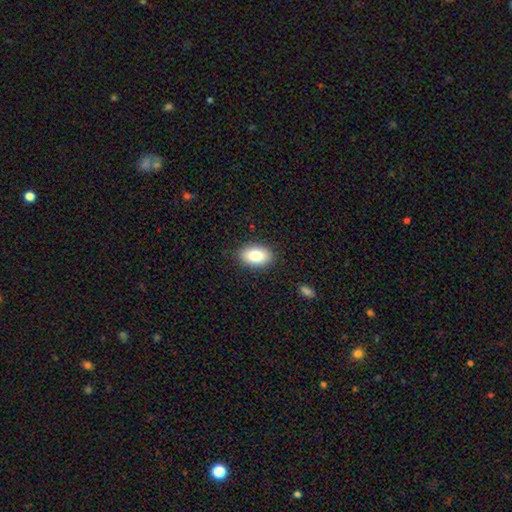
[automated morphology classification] A smooth galaxy with no disk features (81%) that is in between round and cigar-shaped (88%).

Vote fractions:
- Smooth or featured? smooth: 81% / featured or disk: 11% / star or artifact: 8%
- How rounded? in between: 88% / round: 10% / cigar-shaped: 1%
- Merging? none: 88% / minor disturbance: 9% / major disturbance: 2% / merger: 1%